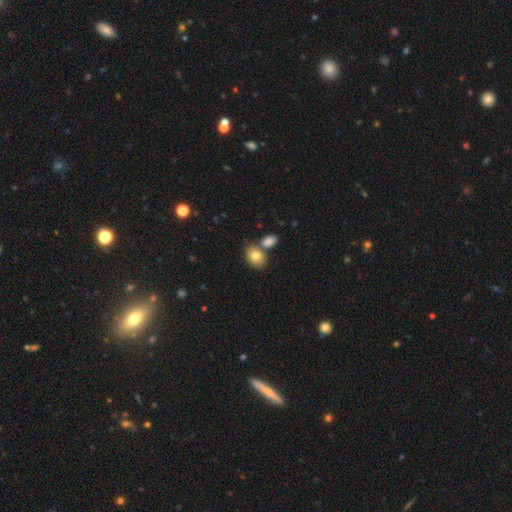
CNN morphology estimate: Q: Smooth or featured?
A: smooth (80%); runner-up: featured or disk (11%)
Q: How rounded?
A: in between (67%); runner-up: round (32%)
Q: Merging?
A: none (51%); runner-up: merger (34%)